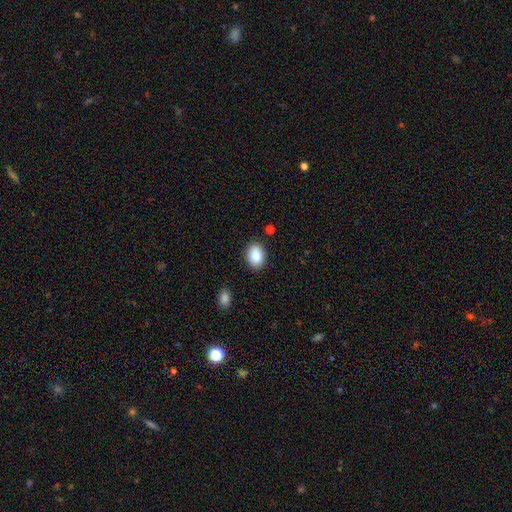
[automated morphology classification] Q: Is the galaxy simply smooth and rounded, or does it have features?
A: smooth — 88%.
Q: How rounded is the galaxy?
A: in between — 78%.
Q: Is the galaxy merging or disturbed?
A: none — 86%.